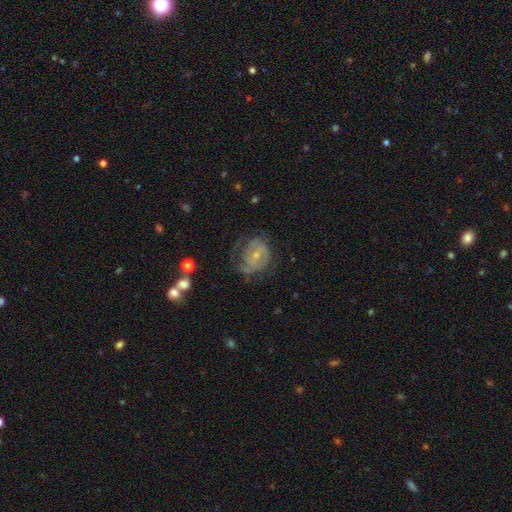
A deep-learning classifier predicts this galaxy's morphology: A featured or disk galaxy (66%) with no bar (68%), spiral arms (74%) and a small central bulge (64%).

Vote fractions:
- Smooth or featured? featured or disk: 66% / smooth: 25% / star or artifact: 9%
- Edge-on disk? no: 97% / yes: 3%
- Bar? no: 68% / weak: 26% / strong: 6%
- Spiral arms? yes: 74% / no: 26%
- Bulge size? small: 64% / moderate: 31% / none: 2% / large: 1% / dominant: 1%
- Merging? none: 44% / major disturbance: 28% / minor disturbance: 26% / merger: 2%